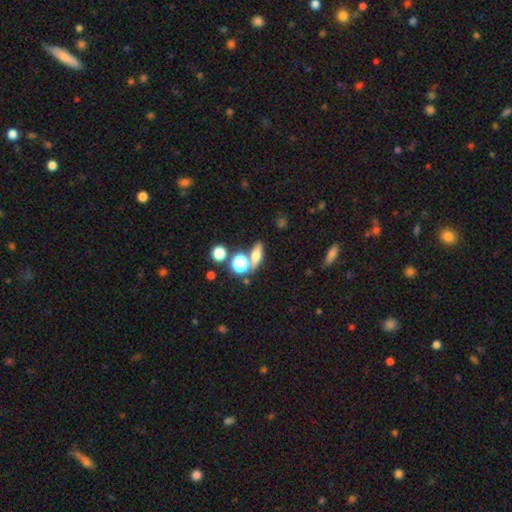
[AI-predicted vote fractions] Smooth or featured?
  - smooth: 57% *
  - featured or disk: 25%
  - star or artifact: 18%
How rounded?
  - in between: 53% *
  - round: 24%
  - cigar-shaped: 23%
Merging?
  - none: 65% *
  - merger: 20%
  - minor disturbance: 11%
  - major disturbance: 5%